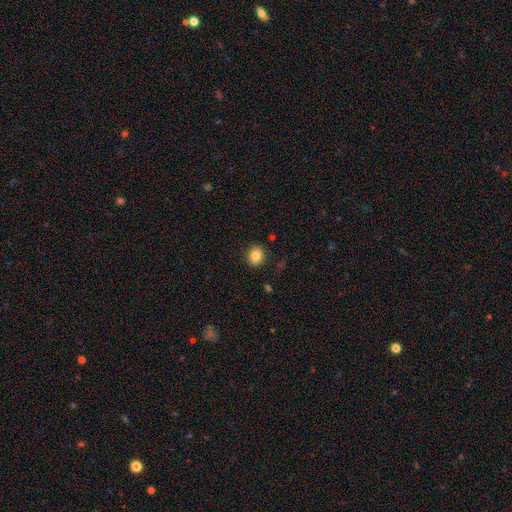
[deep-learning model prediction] Smooth or featured?
  - smooth: 83% *
  - star or artifact: 10%
  - featured or disk: 7%
How rounded?
  - round: 76% *
  - in between: 23%
  - cigar-shaped: 1%
Merging?
  - none: 89% *
  - minor disturbance: 7%
  - major disturbance: 2%
  - merger: 1%